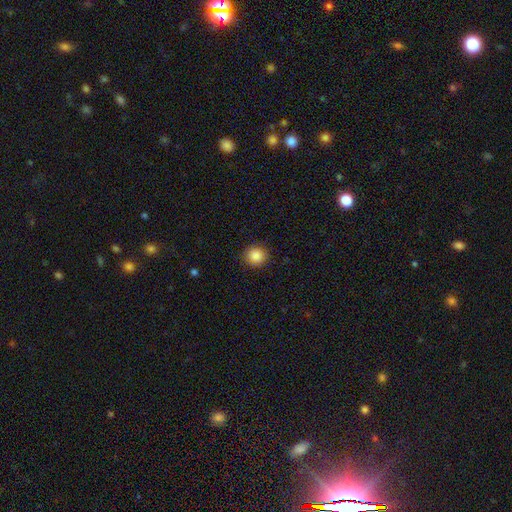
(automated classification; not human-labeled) Smooth or featured?
  - smooth: 87% *
  - star or artifact: 9%
  - featured or disk: 4%
How rounded?
  - round: 90% *
  - in between: 9%
  - cigar-shaped: 1%
Merging?
  - none: 90% *
  - minor disturbance: 7%
  - major disturbance: 2%
  - merger: 1%